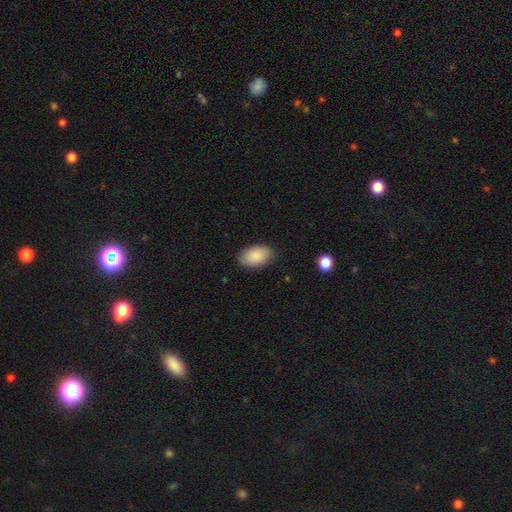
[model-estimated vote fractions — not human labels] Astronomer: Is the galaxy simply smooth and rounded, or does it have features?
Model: smooth — 90%.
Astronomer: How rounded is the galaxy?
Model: in between — 94%.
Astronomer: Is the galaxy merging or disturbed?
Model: none — 86%.